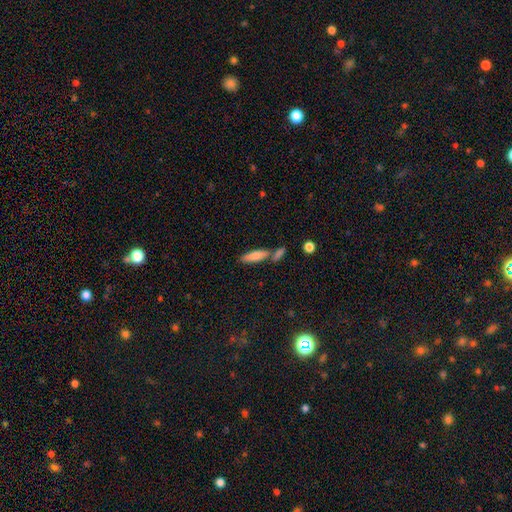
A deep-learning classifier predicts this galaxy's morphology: The model was most divided on "how rounded": cigar-shaped: 57%, in between: 41%, round: 2%. More confident: smooth or featured — smooth (78%); merging — none (56%).